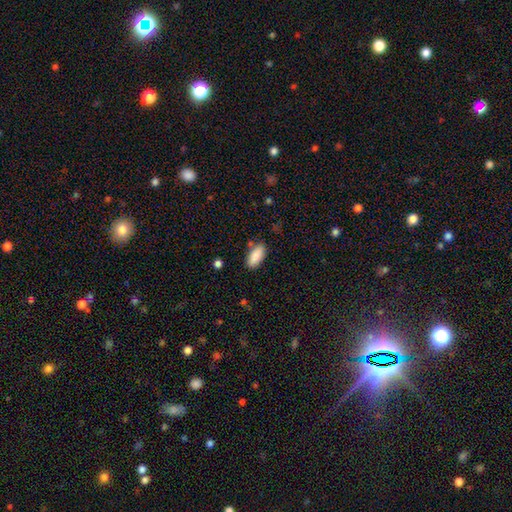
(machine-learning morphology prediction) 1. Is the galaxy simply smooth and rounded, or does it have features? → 88% smooth, 6% star or artifact, 6% featured or disk.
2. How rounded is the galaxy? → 87% in between, 11% cigar-shaped, 2% round.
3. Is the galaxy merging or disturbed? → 82% none, 13% minor disturbance, 3% merger, 3% major disturbance.